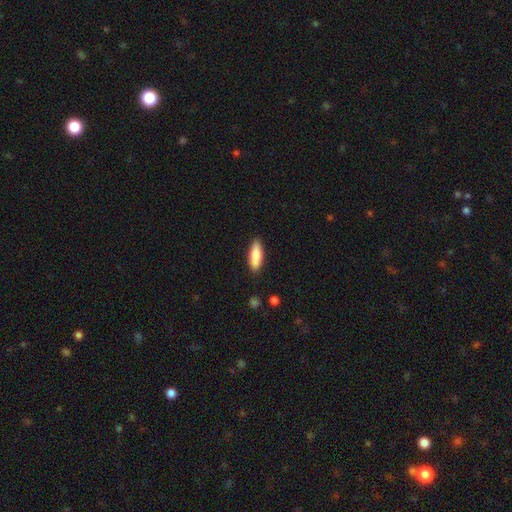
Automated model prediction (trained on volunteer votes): Smooth or featured? smooth (84%)
How rounded? in between (60%)
Merging? none (87%)